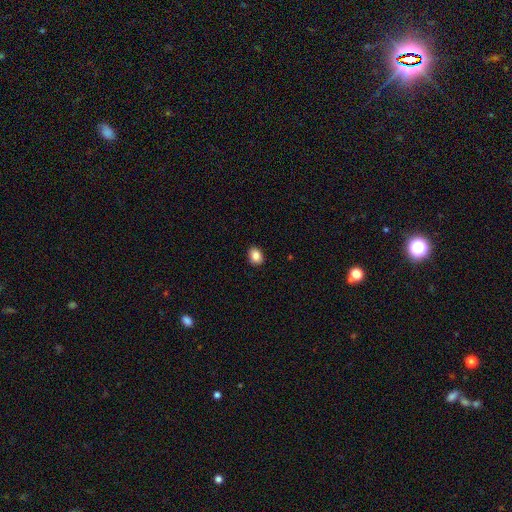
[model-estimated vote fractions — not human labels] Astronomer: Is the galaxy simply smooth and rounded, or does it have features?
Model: smooth — 87%.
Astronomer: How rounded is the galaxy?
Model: in between — 66%.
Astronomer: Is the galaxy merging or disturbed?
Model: none — 90%.